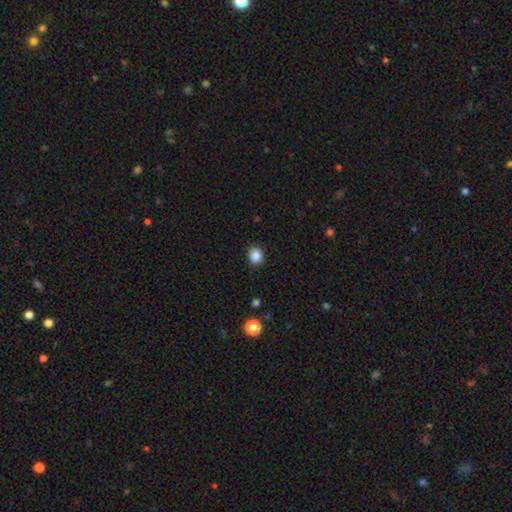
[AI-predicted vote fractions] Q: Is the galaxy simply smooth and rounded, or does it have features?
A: smooth — 87%.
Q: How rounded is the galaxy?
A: round — 71%.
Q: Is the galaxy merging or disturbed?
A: none — 89%.